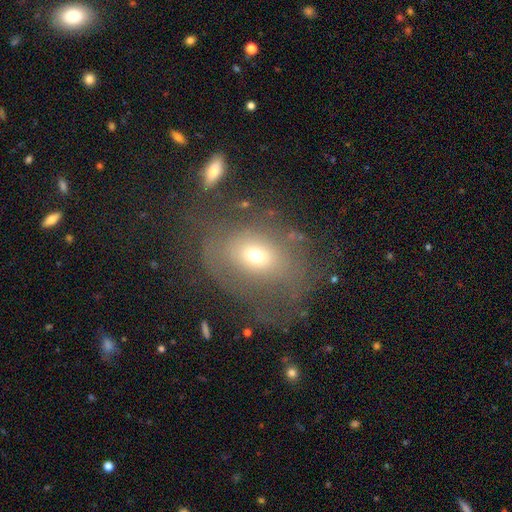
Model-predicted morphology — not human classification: Smooth or featured?
  - smooth: 50% *
  - featured or disk: 37%
  - star or artifact: 14%
Merging?
  - none: 44% *
  - major disturbance: 31%
  - minor disturbance: 20%
  - merger: 5%